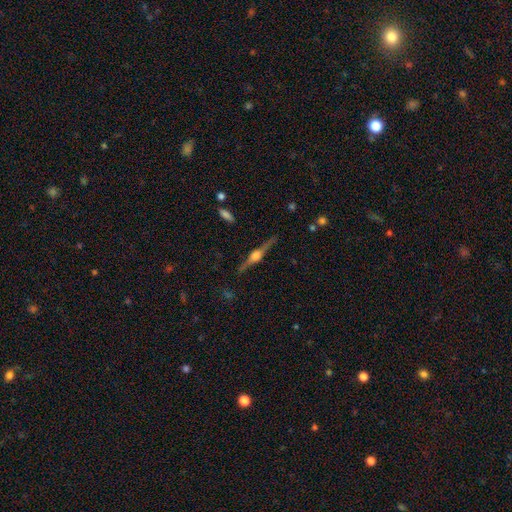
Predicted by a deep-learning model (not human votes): This appears to be a featured or disk galaxy (85%) viewed edge-on (98%) with a rounded central bulge (89%). Merging: none (88%).